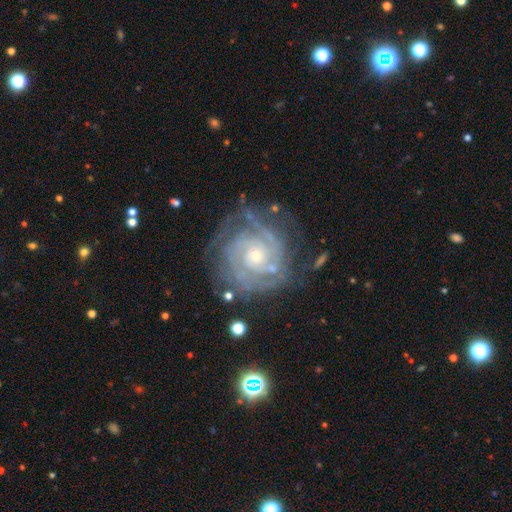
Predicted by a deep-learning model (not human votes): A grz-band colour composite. It shows a featured or disk galaxy (89%) with no bar (74%), 2 (34%) tight (76%) spiral arms (97%) and a small central bulge (60%). Merging: none (70%).